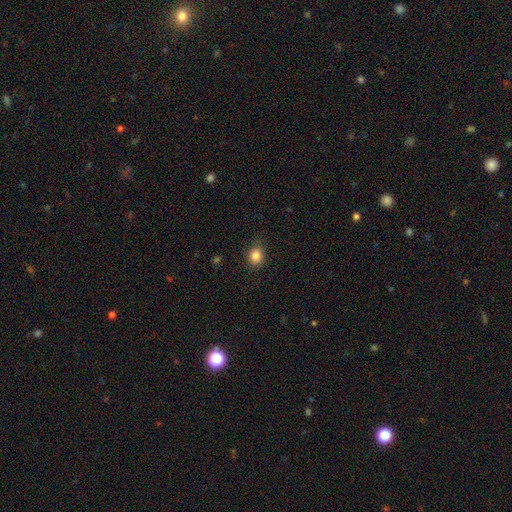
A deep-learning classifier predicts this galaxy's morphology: Overall: smooth (84%). How rounded: round (67%; in between 32%). Merging: none (83%).